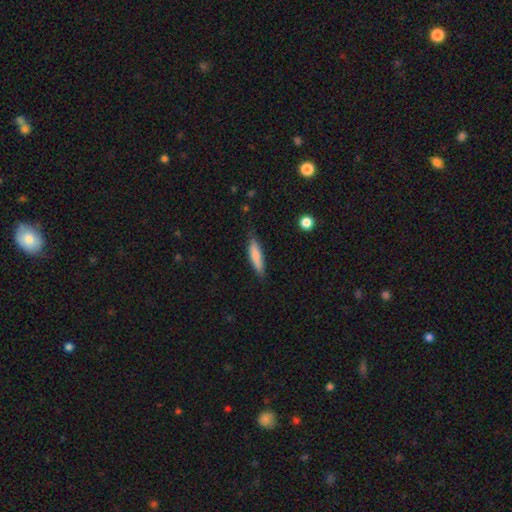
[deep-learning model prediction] Morphology: type=smooth (78%); roundness=cigar-shaped (77%); merging=none (79%).